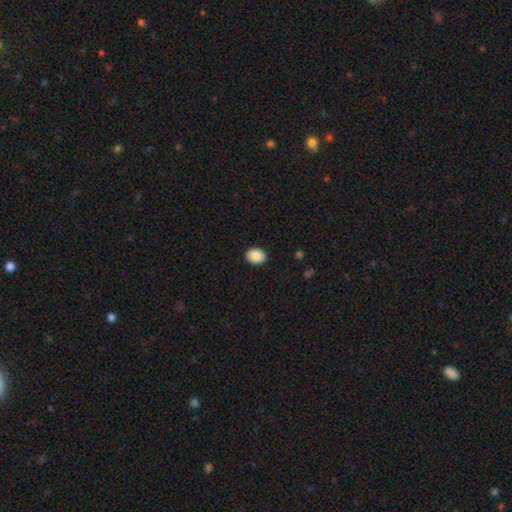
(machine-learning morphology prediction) Q: Smooth or featured?
A: smooth (89%); runner-up: star or artifact (7%)
Q: How rounded?
A: in between (70%); runner-up: round (29%)
Q: Merging?
A: none (90%); runner-up: minor disturbance (7%)